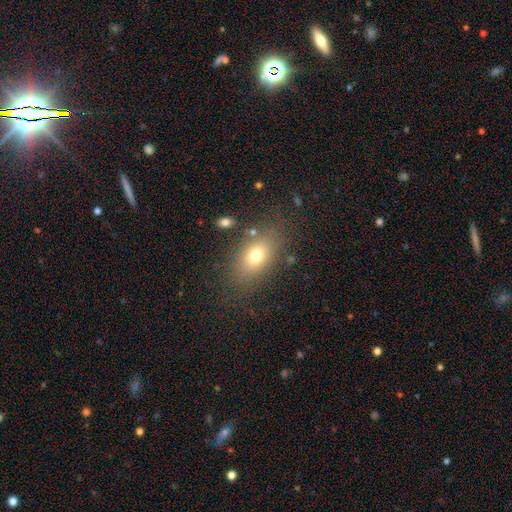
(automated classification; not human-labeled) Smooth or featured?
  - smooth: 72% *
  - featured or disk: 16%
  - star or artifact: 12%
How rounded?
  - in between: 82% *
  - round: 15%
  - cigar-shaped: 3%
Merging?
  - none: 78% *
  - minor disturbance: 12%
  - major disturbance: 6%
  - merger: 3%